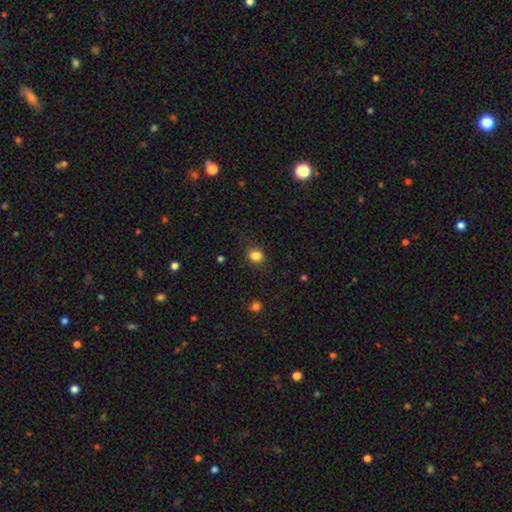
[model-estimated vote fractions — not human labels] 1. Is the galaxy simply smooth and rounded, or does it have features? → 84% smooth, 12% star or artifact, 5% featured or disk.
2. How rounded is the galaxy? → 68% round, 31% in between, 1% cigar-shaped.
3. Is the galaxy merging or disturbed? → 82% none, 12% minor disturbance, 4% major disturbance, 1% merger.